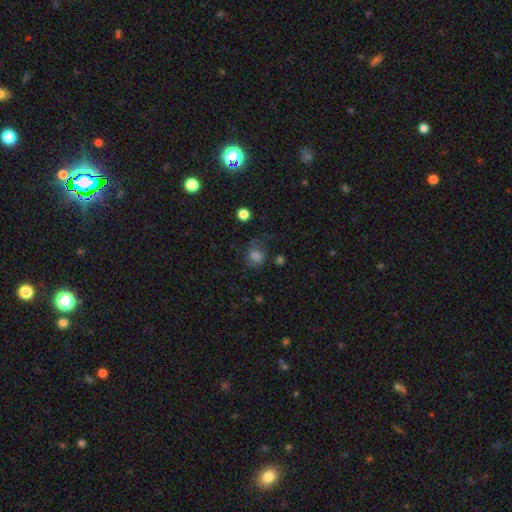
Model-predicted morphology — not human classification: A smooth galaxy with no disk features (70%) that is in between round and cigar-shaped (50%).

Vote fractions:
- Smooth or featured? smooth: 70% / star or artifact: 18% / featured or disk: 13%
- How rounded? in between: 50% / round: 49% / cigar-shaped: 1%
- Merging? none: 50% / minor disturbance: 26% / major disturbance: 20% / merger: 4%